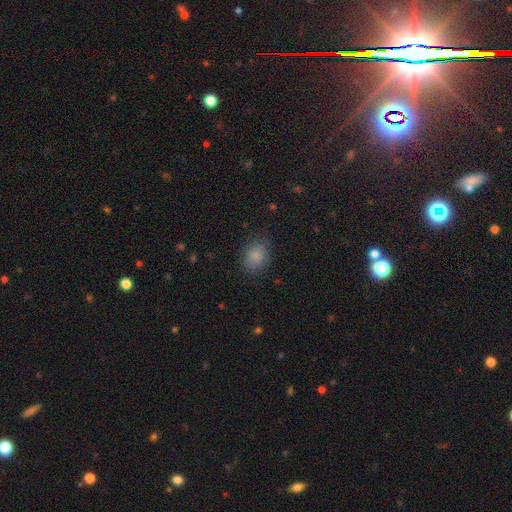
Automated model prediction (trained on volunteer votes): A smooth galaxy with no disk features (85%) that is in between round and cigar-shaped (54%). Merging: none (78%).